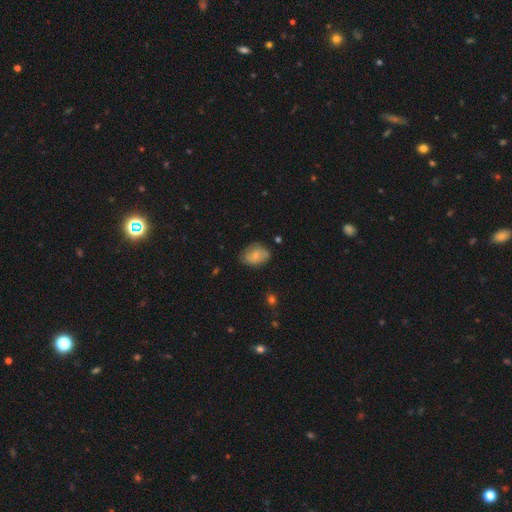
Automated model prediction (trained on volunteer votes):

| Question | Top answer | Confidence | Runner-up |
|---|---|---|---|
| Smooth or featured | smooth | 67% | featured or disk (26%) |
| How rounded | in between | 79% | round (20%) |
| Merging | none | 68% | minor disturbance (24%) |